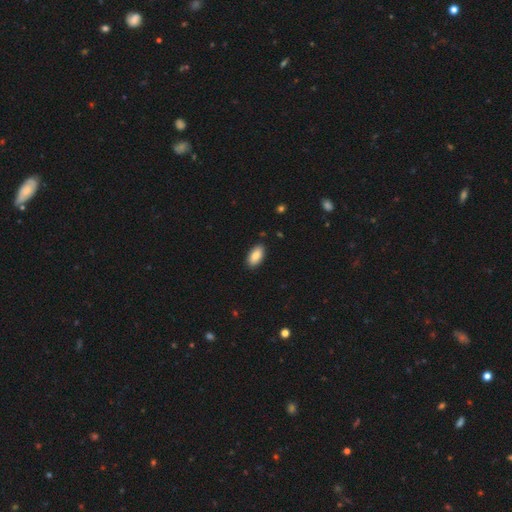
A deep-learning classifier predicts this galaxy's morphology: smooth_or_featured: smooth (p=0.85) [alt: featured or disk p=0.08]
how_rounded: in between (p=0.94) [alt: cigar-shaped p=0.04]
merging: none (p=0.88) [alt: minor disturbance p=0.09]